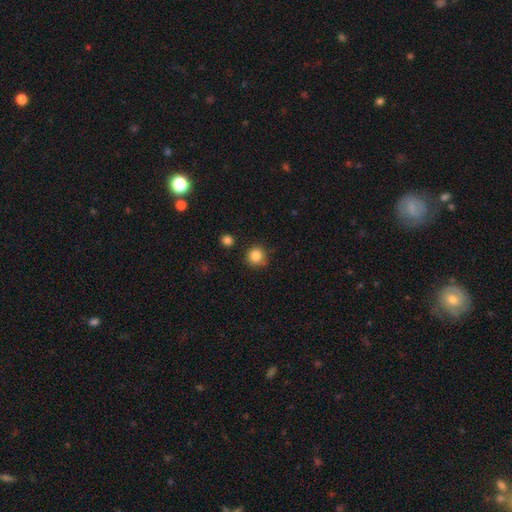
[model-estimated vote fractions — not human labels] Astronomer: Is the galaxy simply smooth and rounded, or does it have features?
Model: smooth — 85%.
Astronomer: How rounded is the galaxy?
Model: round — 93%.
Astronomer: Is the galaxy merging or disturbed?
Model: none — 83%.